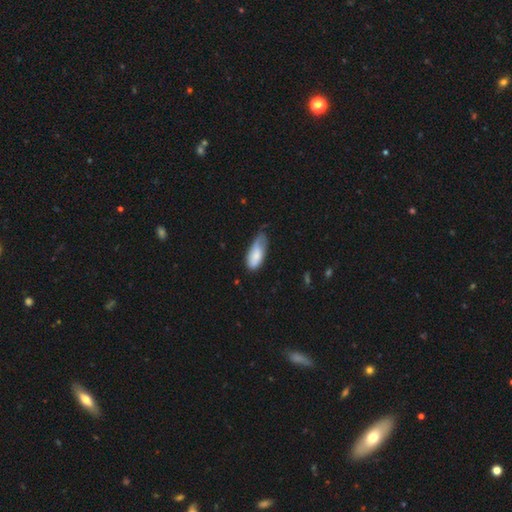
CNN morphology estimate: Smooth or featured? Predicted: smooth (p=0.76). How rounded? Predicted: in between (p=0.83). Merging? Predicted: minor disturbance (p=0.48).